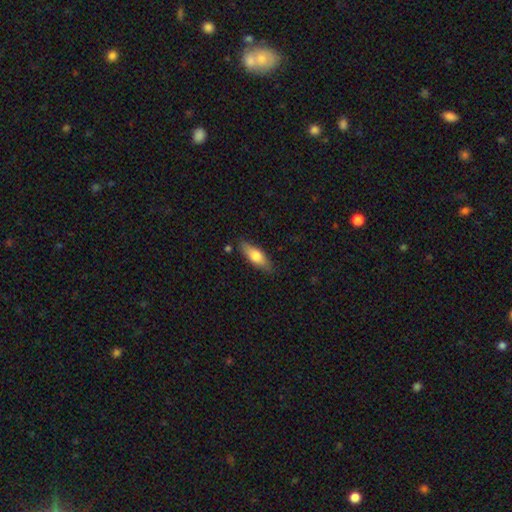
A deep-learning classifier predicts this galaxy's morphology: smooth 67%, featured or disk 28%, star or artifact 6%. Down the decision tree: how rounded — in between (60%); merging — none (83%).